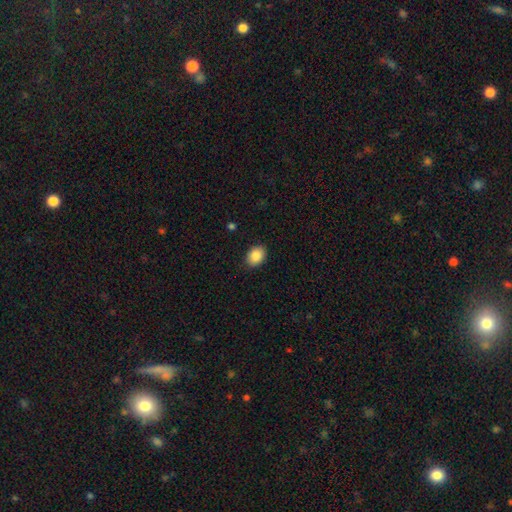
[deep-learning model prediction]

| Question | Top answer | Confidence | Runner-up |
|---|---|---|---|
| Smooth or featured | smooth | 87% | star or artifact (8%) |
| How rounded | in between | 67% | round (32%) |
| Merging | none | 89% | minor disturbance (8%) |